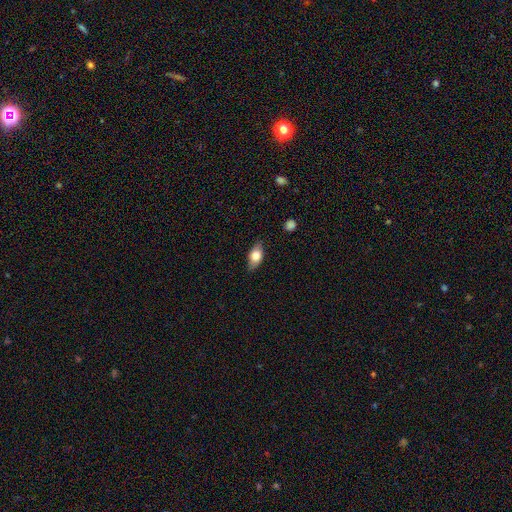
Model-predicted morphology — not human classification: Smooth or featured?
  - smooth: 69% *
  - featured or disk: 23%
  - star or artifact: 7%
How rounded?
  - in between: 84% *
  - cigar-shaped: 8%
  - round: 8%
Merging?
  - none: 82% *
  - minor disturbance: 14%
  - major disturbance: 3%
  - merger: 1%